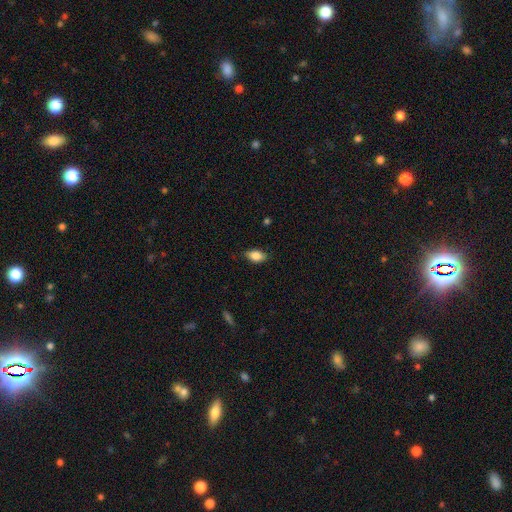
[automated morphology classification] Q: Smooth or featured?
A: smooth (84%); runner-up: featured or disk (9%)
Q: How rounded?
A: in between (89%); runner-up: round (7%)
Q: Merging?
A: none (81%); runner-up: minor disturbance (15%)